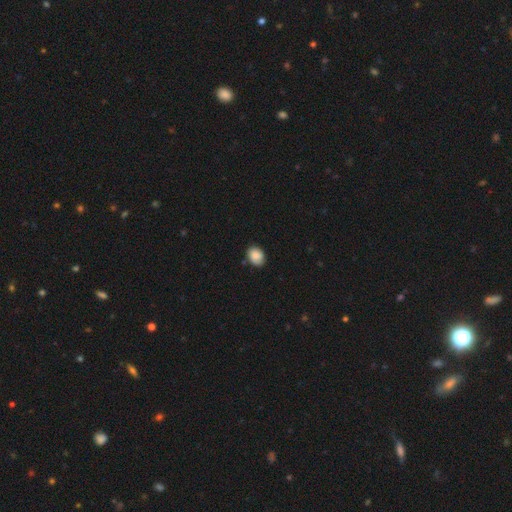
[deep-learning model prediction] This is clearly a smooth galaxy (84%). How rounded: likely in between (62%). Merging: likely none (76%).